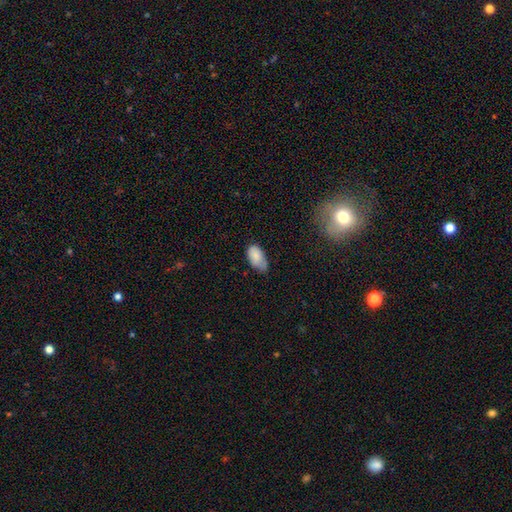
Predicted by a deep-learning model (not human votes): A smooth galaxy with no disk features (82%) that is in between round and cigar-shaped (94%).

Vote fractions:
- Smooth or featured? smooth: 82% / featured or disk: 10% / star or artifact: 7%
- How rounded? in between: 94% / round: 4% / cigar-shaped: 2%
- Merging? minor disturbance: 46% / none: 40% / major disturbance: 11% / merger: 3%